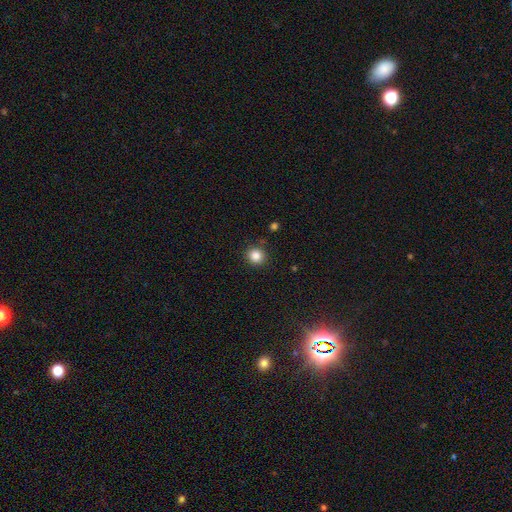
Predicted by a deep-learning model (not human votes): This appears to be a smooth galaxy with no disk features (85%) that is round (90%). Merging: none (89%).